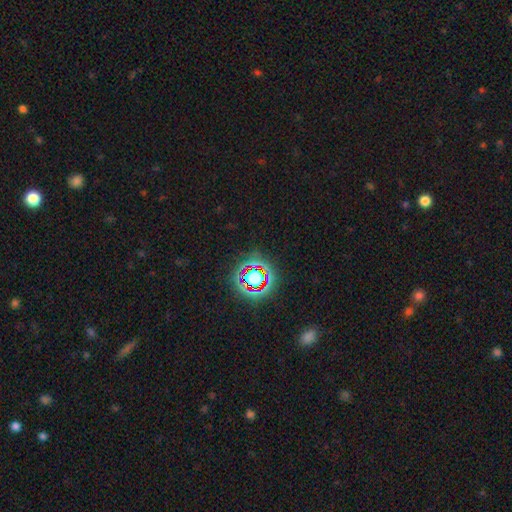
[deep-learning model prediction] Smooth or featured: star or artifact — 72% (smooth — 17%)